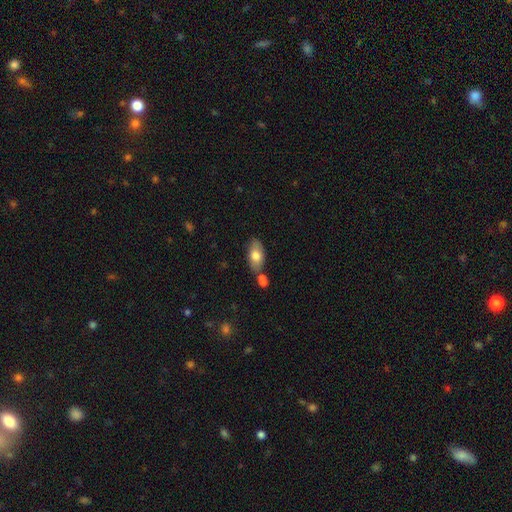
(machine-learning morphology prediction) Q: Smooth or featured?
A: smooth (74%); runner-up: featured or disk (19%)
Q: How rounded?
A: in between (89%); runner-up: cigar-shaped (6%)
Q: Merging?
A: none (61%); runner-up: merger (20%)